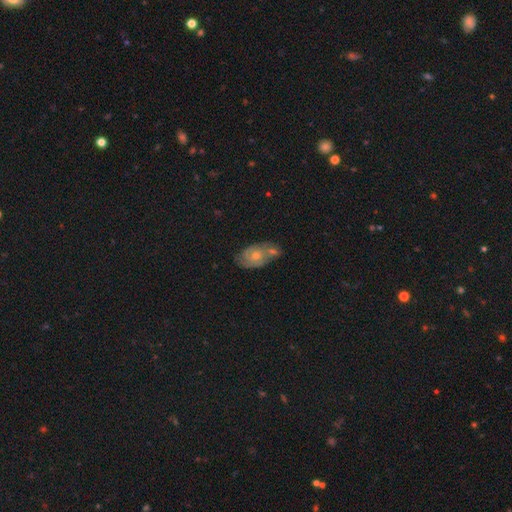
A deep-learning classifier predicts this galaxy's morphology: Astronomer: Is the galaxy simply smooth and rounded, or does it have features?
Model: featured or disk — 59%.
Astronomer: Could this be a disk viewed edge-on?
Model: no — 95%.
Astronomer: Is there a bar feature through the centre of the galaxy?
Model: no — 82%.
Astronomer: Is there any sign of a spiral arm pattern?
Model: yes — 72%.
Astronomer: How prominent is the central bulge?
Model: moderate — 57% (runner-up: small, 37%).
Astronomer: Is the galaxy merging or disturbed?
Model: none — 40% (runner-up: merger, 30%).